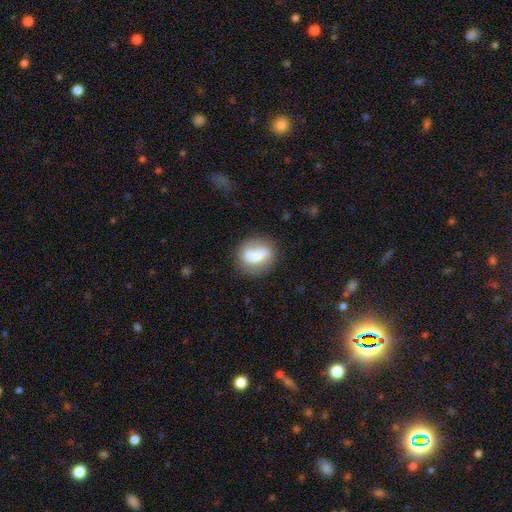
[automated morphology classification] smooth_or_featured: featured or disk (p=0.59) [alt: smooth p=0.33]
disk_edge_on: no (p=0.96) [alt: yes p=0.04]
bar: strong (p=0.40) [alt: weak p=0.36]
has_spiral_arms: yes (p=0.81) [alt: no p=0.19]
bulge_size: moderate (p=0.31) [alt: small p=0.29]
merging: none (p=0.68) [alt: minor disturbance p=0.19]